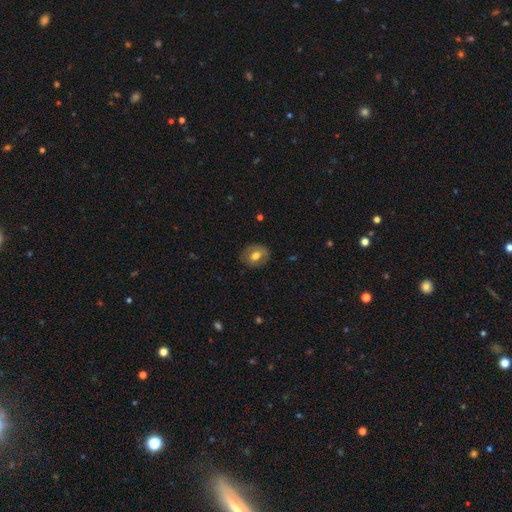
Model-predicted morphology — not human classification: The model was most divided on "how rounded": round: 53%, in between: 46%, cigar-shaped: 1%. More confident: merging — none (82%); smooth or featured — smooth (60%).